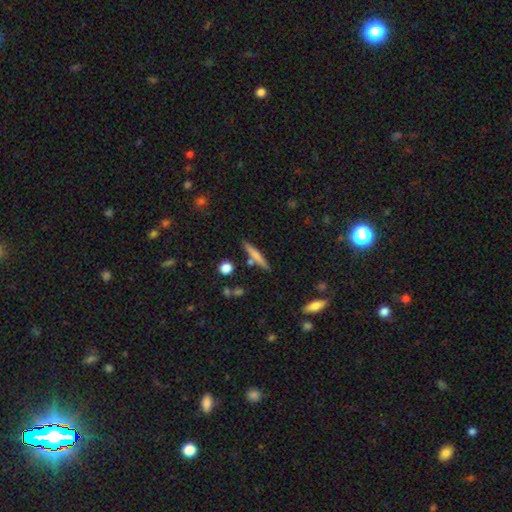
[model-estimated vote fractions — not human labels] A smooth galaxy with no disk features (65%) that is cigar-shaped (92%). Merging: none (82%).